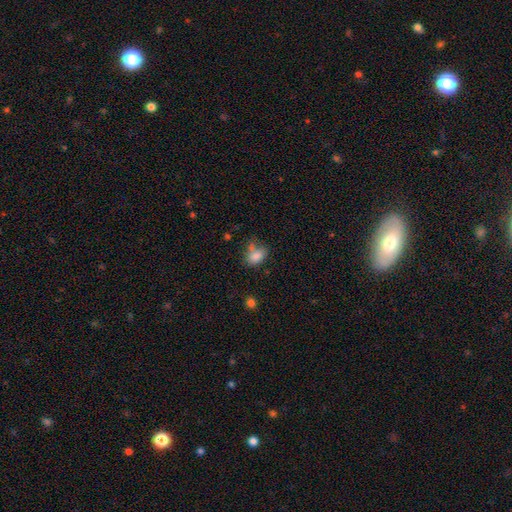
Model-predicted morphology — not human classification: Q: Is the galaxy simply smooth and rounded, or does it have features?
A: smooth — 82%.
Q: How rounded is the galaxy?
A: in between — 84%.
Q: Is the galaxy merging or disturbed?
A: none — 48%.